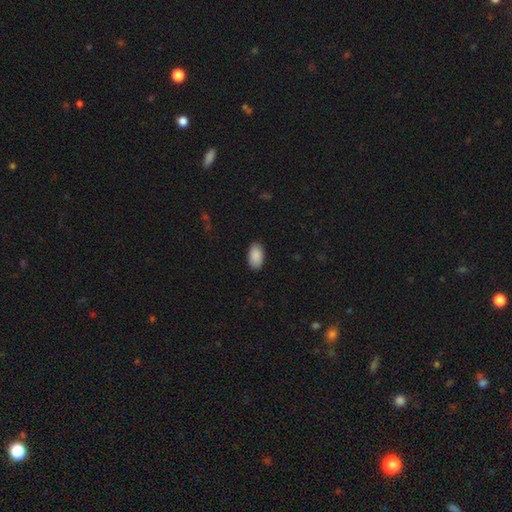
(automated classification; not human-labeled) Smooth or featured: smooth — 90% (star or artifact — 6%)
How rounded: in between — 95% (round — 3%)
Merging: none — 88% (minor disturbance — 9%)